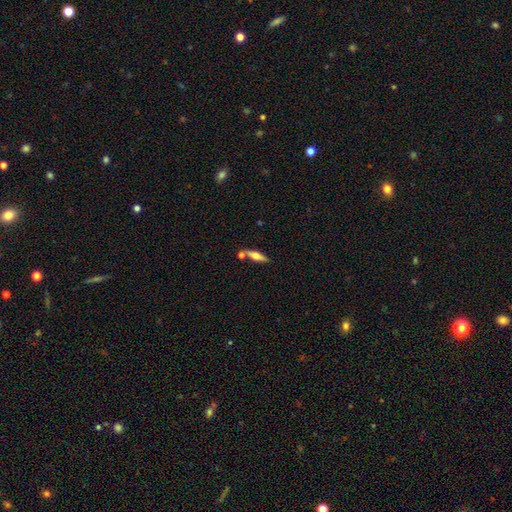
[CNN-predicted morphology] Q: Smooth or featured?
A: smooth (52%); runner-up: featured or disk (42%)
Q: How rounded?
A: cigar-shaped (66%); runner-up: in between (32%)
Q: Merging?
A: none (71%); runner-up: merger (15%)